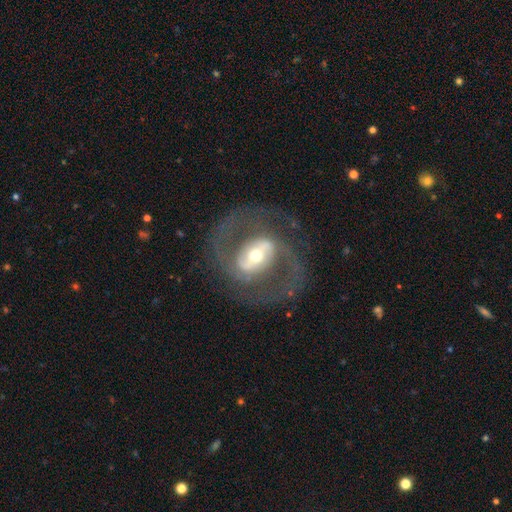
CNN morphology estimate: This is clearly a featured or disk galaxy (87%). It is clearly not viewed edge-on (96%). Bar: possibly strong (47%). Spiral arm pattern: clearly yes (89%). Spiral arm count: clearly 2 (89%). Spiral winding: possibly medium (57%). Central bulge: possibly moderate (56%). Merging: likely none (75%).